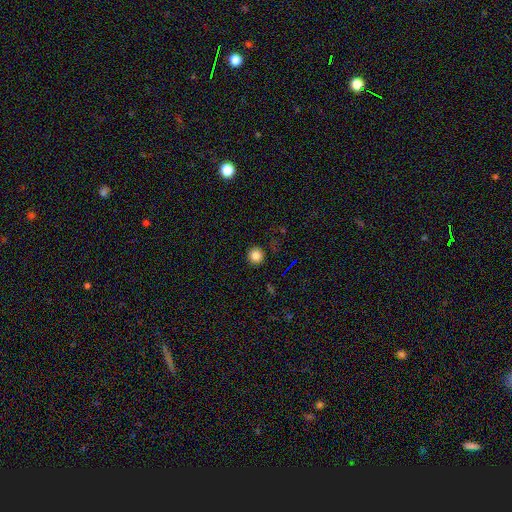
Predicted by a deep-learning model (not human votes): A smooth galaxy with no disk features (82%) that is round (93%).

Vote fractions:
- Smooth or featured? smooth: 82% / star or artifact: 13% / featured or disk: 6%
- How rounded? round: 93% / in between: 6% / cigar-shaped: 1%
- Merging? none: 90% / minor disturbance: 7% / major disturbance: 2% / merger: 1%